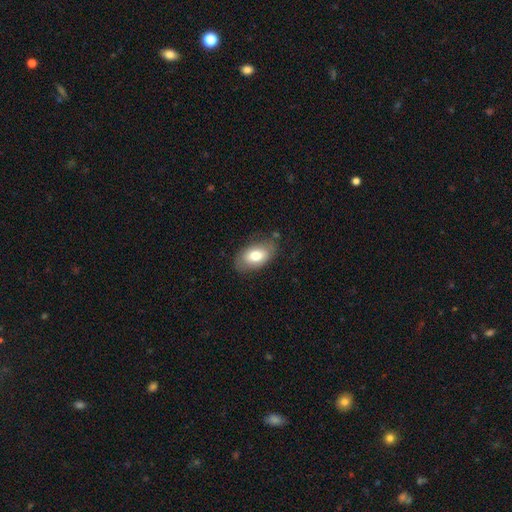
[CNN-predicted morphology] Smooth or featured: smooth — 74% (featured or disk — 19%)
How rounded: in between — 91% (round — 7%)
Merging: none — 75% (minor disturbance — 19%)